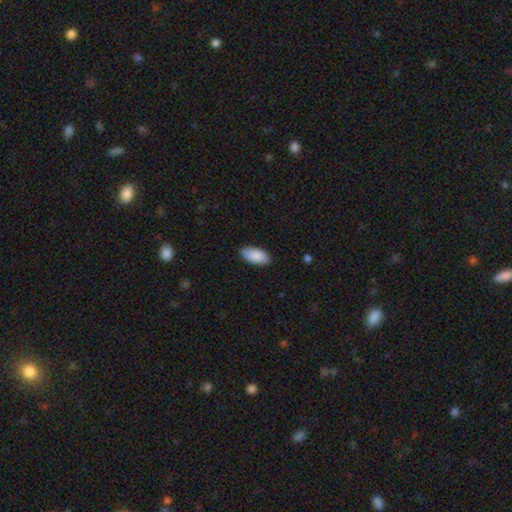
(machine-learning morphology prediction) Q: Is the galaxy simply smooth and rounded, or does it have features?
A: smooth — 88%.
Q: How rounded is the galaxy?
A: in between — 93%.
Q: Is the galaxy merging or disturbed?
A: none — 84%.